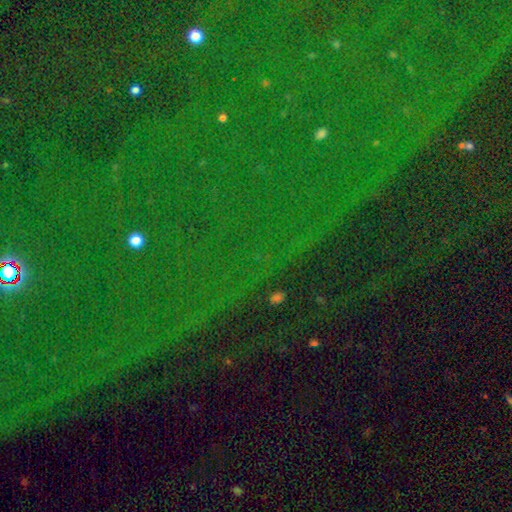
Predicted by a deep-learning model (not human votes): A star or artifact, not a galaxy (84%).

Vote fractions:
- Smooth or featured? star or artifact: 84% / smooth: 8% / featured or disk: 8%